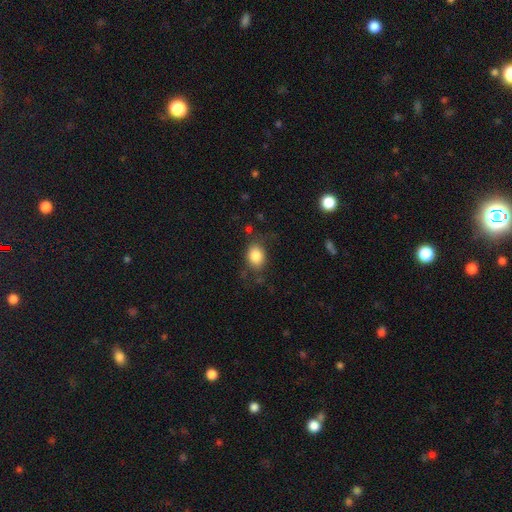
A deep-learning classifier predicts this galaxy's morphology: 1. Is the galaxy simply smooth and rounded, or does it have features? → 83% smooth, 9% star or artifact, 8% featured or disk.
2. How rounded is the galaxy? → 59% in between, 40% round, 1% cigar-shaped.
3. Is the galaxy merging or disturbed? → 69% none, 19% minor disturbance, 9% major disturbance, 2% merger.